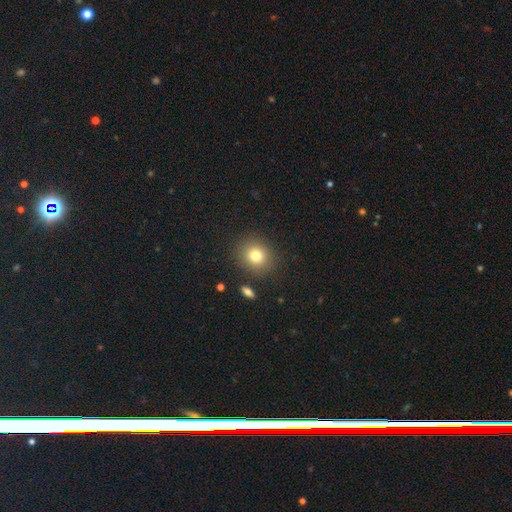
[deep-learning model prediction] smooth-or-featured: smooth: 78% | star or artifact: 12% | featured or disk: 9%
  how-rounded: round: 80% | in between: 19% | cigar-shaped: 1%
  merging: none: 87% | minor disturbance: 8% | major disturbance: 3% | merger: 3%